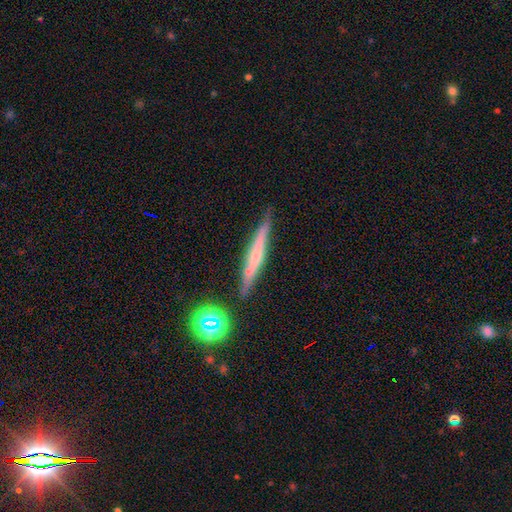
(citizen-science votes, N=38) smooth-or-featured: featured or disk: 66% | smooth: 34% | star or artifact: 0%
  disk-edge-on: yes: 84% | no: 16%
    edge-on-bulge: none: 62% | rounded: 24% | boxy: 14%
  merging: none: 79% | minor disturbance: 18% | major disturbance: 3% | merger: 0%